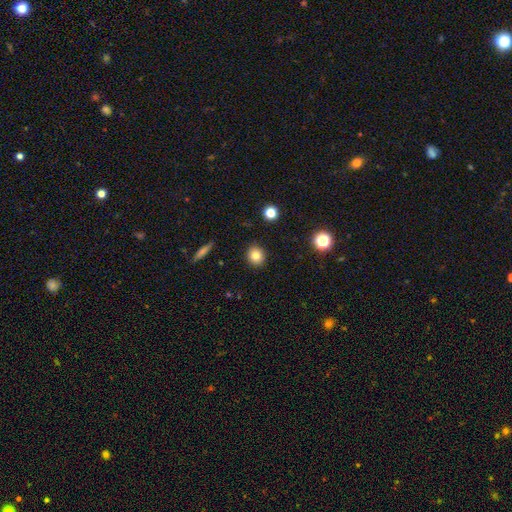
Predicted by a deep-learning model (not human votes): A smooth galaxy with no disk features (81%) that is round (86%). Merging: none (90%).